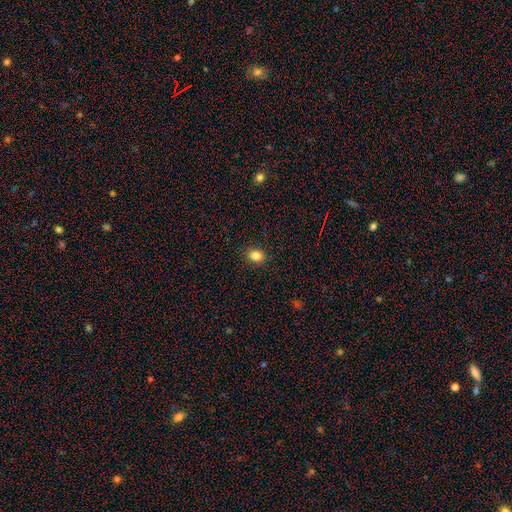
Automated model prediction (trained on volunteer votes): Morphology: type=smooth (85%); roundness=in between (58%); merging=none (88%).